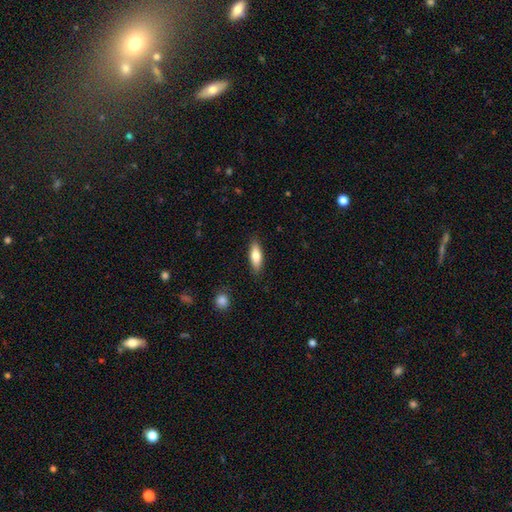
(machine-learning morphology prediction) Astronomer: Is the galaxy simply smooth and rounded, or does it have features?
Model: smooth — 76%.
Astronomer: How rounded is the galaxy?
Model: in between — 60% (runner-up: cigar-shaped, 38%).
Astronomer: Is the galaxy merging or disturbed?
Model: none — 87%.